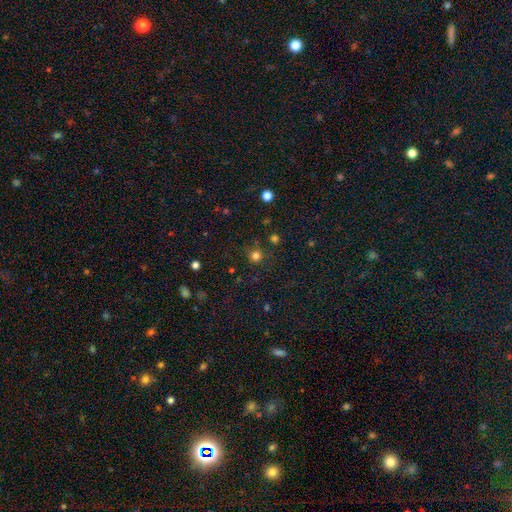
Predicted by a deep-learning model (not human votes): The model was most divided on "smooth or featured": smooth: 77%, star or artifact: 18%, featured or disk: 5%. More confident: how rounded — round (94%); merging — none (85%).